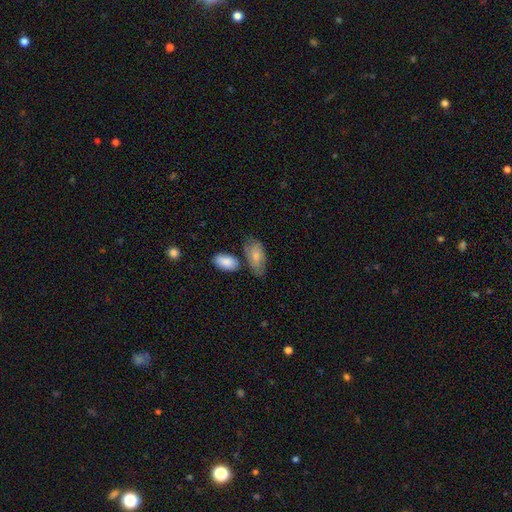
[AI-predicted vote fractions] Smooth or featured? Predicted: smooth (p=0.75). How rounded? Predicted: in between (p=0.93). Merging? Predicted: none (p=0.56).